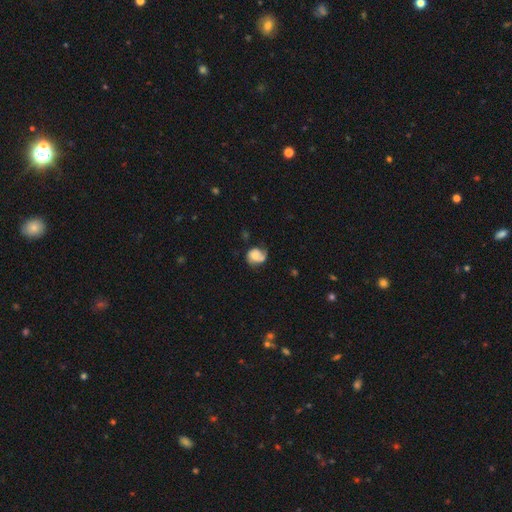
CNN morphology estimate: Smooth or featured: featured or disk — 51% (smooth — 41%)
Edge-on disk: no — 98% (yes — 2%)
Merging: none — 51% (minor disturbance — 27%)